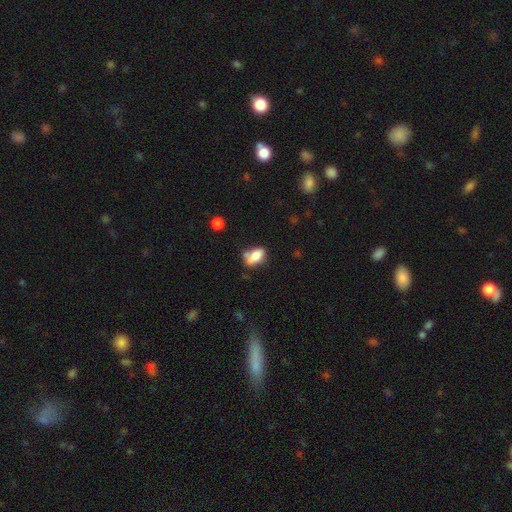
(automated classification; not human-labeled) smooth 76%, featured or disk 15%, star or artifact 9%. Down the decision tree: how rounded — in between (87%); merging — none (42%).